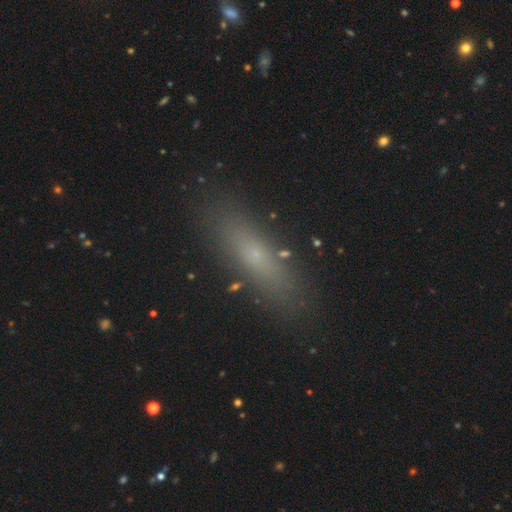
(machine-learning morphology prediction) smooth-or-featured: smooth: 61% | featured or disk: 25% | star or artifact: 14%
  how-rounded: cigar-shaped: 65% | in between: 32% | round: 3%
  merging: none: 87% | minor disturbance: 9% | major disturbance: 2% | merger: 2%